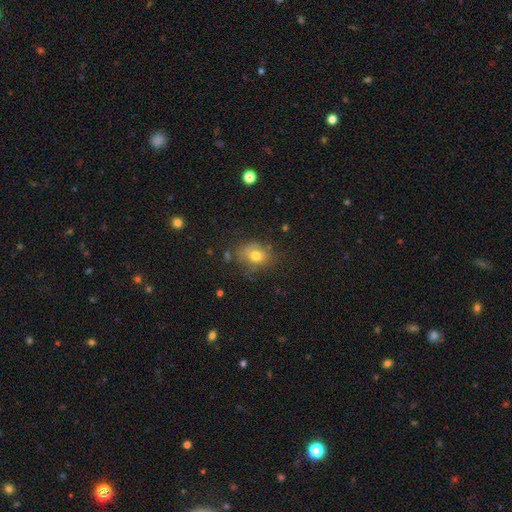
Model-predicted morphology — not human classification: This appears to be a smooth galaxy with no disk features (63%) that is round (50%). Merging: none (59%).